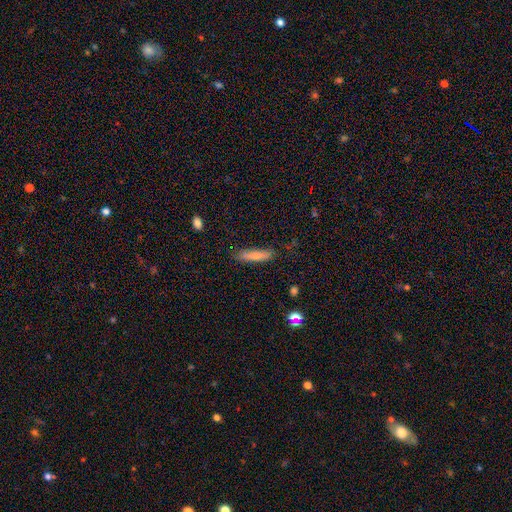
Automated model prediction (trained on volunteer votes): Smooth or featured?
  - smooth: 77% *
  - featured or disk: 17%
  - star or artifact: 7%
How rounded?
  - cigar-shaped: 79% *
  - in between: 19%
  - round: 2%
Merging?
  - none: 80% *
  - minor disturbance: 15%
  - major disturbance: 3%
  - merger: 2%